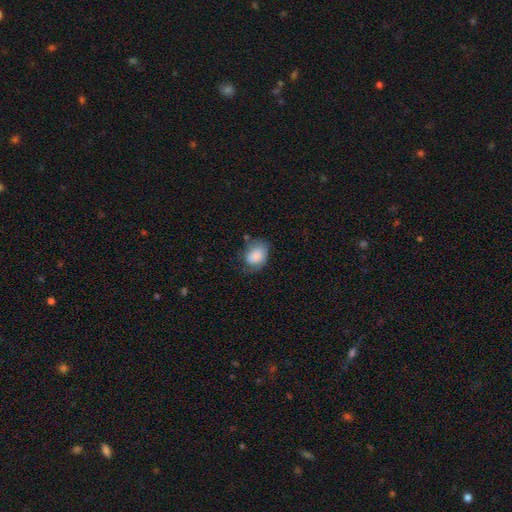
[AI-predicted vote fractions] smooth-or-featured: smooth: 73% | featured or disk: 19% | star or artifact: 8%
  how-rounded: in between: 68% | round: 31% | cigar-shaped: 1%
  merging: none: 46% | minor disturbance: 33% | major disturbance: 17% | merger: 3%